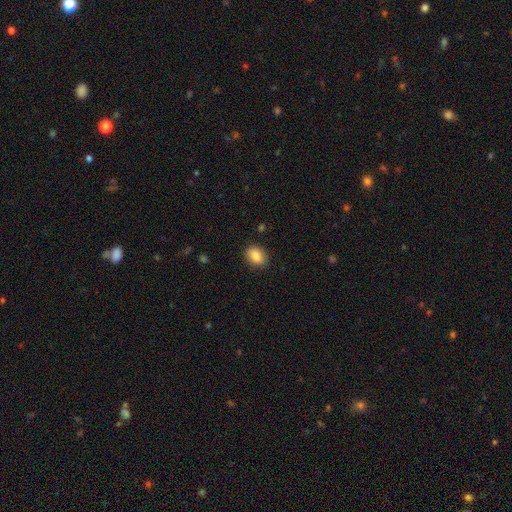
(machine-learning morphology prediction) Smooth or featured? smooth (87%)
How rounded? in between (71%)
Merging? none (87%)